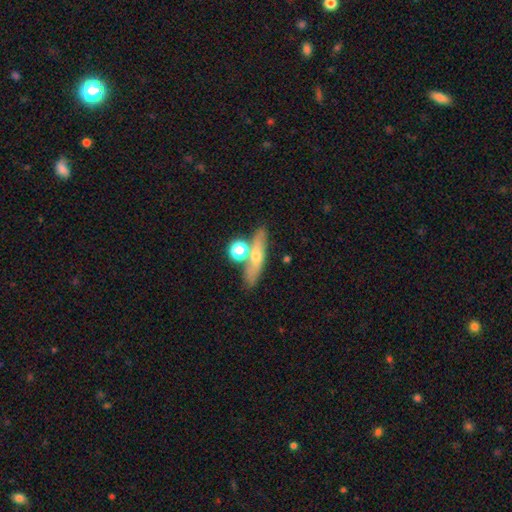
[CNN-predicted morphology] type=smooth (46%); merging=none (68%).